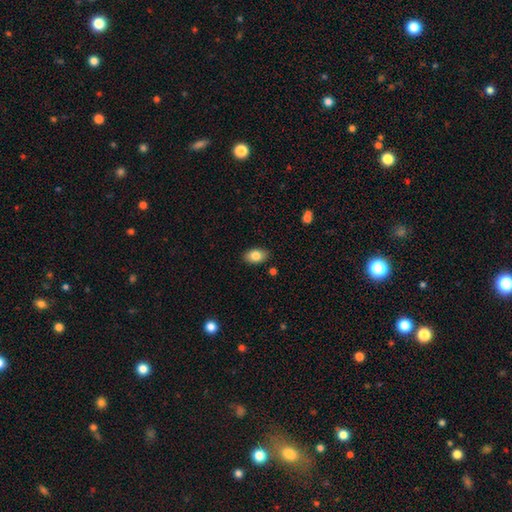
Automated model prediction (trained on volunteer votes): A smooth galaxy with no disk features (84%) that is in between round and cigar-shaped (88%). Merging: none (87%).